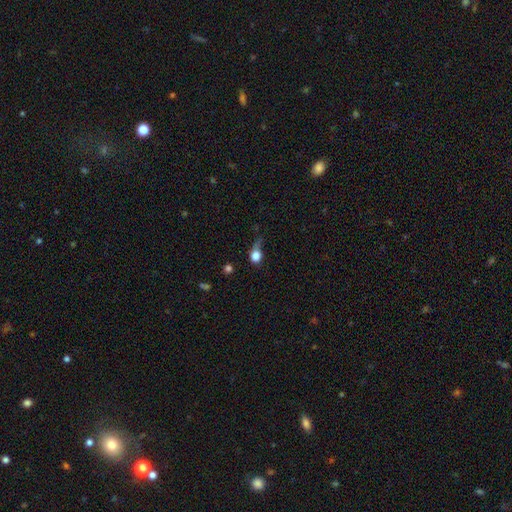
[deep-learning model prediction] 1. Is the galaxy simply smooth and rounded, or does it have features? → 74% smooth, 14% featured or disk, 11% star or artifact.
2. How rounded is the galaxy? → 63% round, 33% in between, 3% cigar-shaped.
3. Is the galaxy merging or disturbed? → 37% major disturbance, 27% minor disturbance, 27% none, 8% merger.